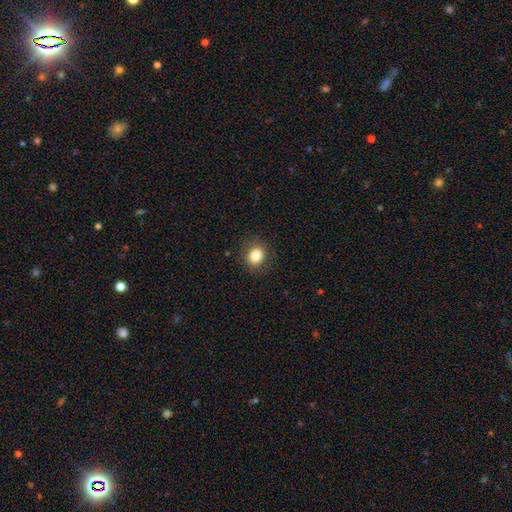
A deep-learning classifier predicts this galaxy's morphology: This is clearly a smooth galaxy (84%). How rounded: likely round (72%). Merging: clearly none (88%).